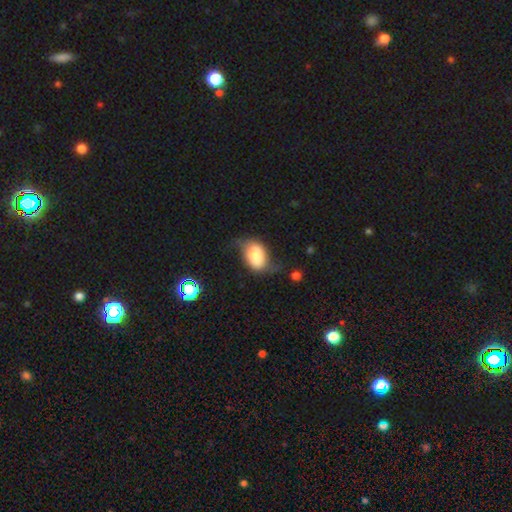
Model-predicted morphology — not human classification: The model was most divided on "merging": none: 41%, minor disturbance: 35%, major disturbance: 20%, merger: 4%. More confident: how rounded — in between (85%); smooth or featured — smooth (70%).